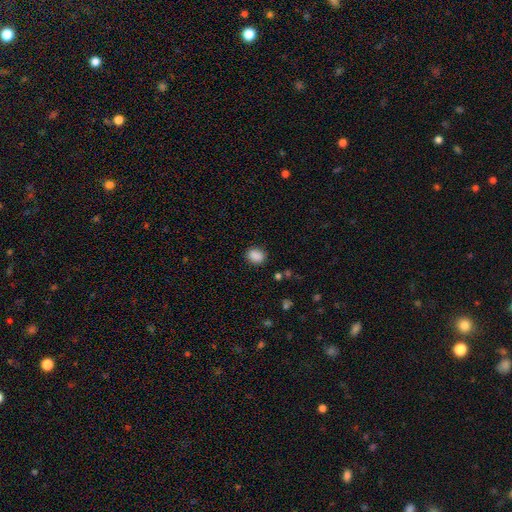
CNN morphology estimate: This is clearly a smooth galaxy (88%). How rounded: likely in between (63%). Merging: clearly none (86%).